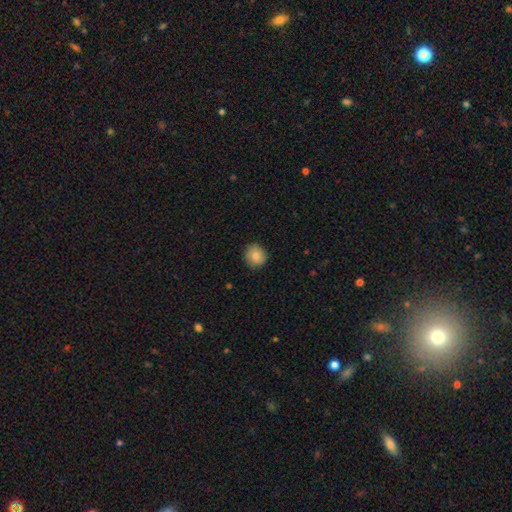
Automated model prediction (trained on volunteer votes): Smooth or featured: smooth — 81% (featured or disk — 11%)
How rounded: round — 90% (in between — 9%)
Merging: none — 88% (minor disturbance — 9%)